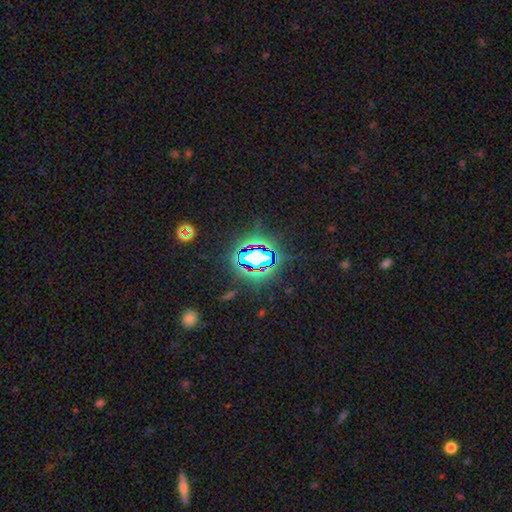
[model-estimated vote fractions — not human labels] A star or artifact, not a galaxy (73%).